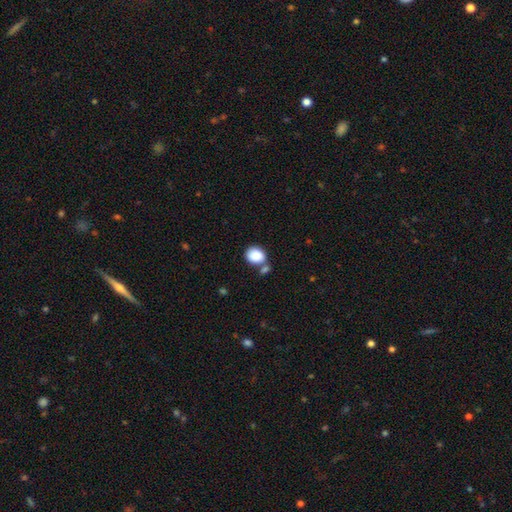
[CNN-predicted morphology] The model was most divided on "how rounded": round: 56%, in between: 43%, cigar-shaped: 1%. More confident: smooth or featured — smooth (88%); merging — none (55%).